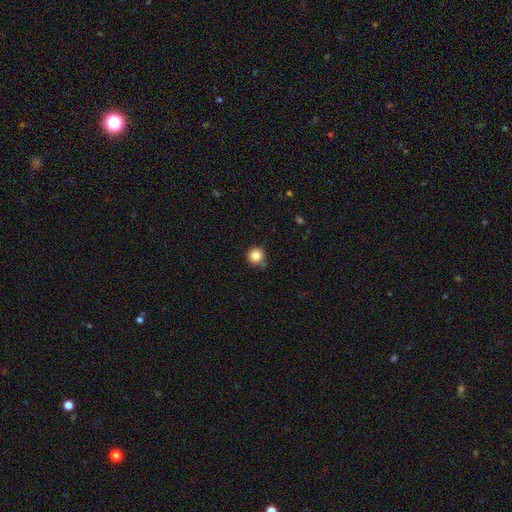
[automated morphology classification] The model was most divided on "merging": none: 82%, minor disturbance: 11%, merger: 5%, major disturbance: 2%. More confident: how rounded — round (94%); smooth or featured — smooth (84%).